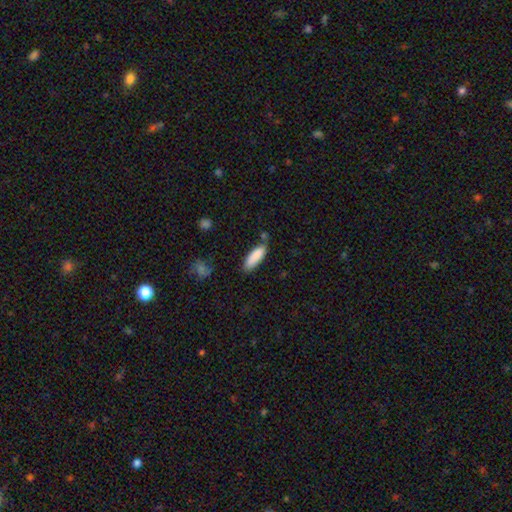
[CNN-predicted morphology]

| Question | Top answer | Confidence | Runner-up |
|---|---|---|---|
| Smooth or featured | smooth | 86% | featured or disk (7%) |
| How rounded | in between | 59% | cigar-shaped (40%) |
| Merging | none | 64% | minor disturbance (23%) |